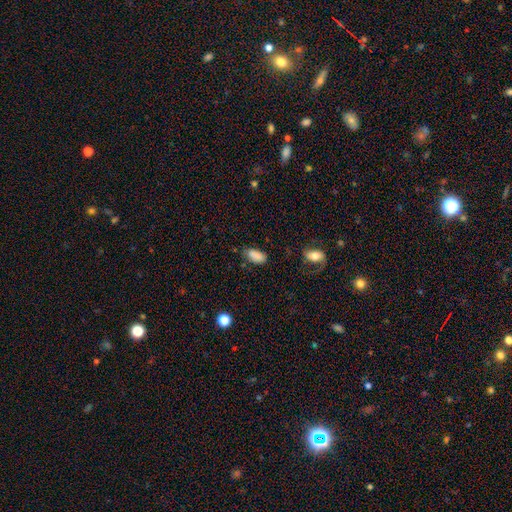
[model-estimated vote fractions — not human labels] A smooth galaxy with no disk features (85%) that is in between round and cigar-shaped (92%). Merging: none (72%).